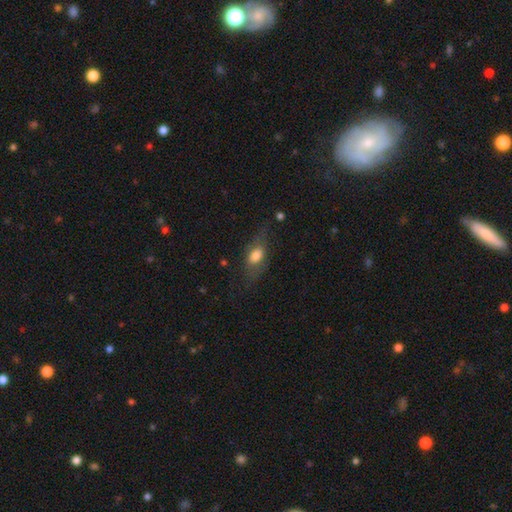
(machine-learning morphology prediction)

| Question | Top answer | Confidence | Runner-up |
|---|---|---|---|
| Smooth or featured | smooth | 62% | featured or disk (29%) |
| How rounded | in between | 77% | cigar-shaped (14%) |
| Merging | none | 56% | minor disturbance (25%) |